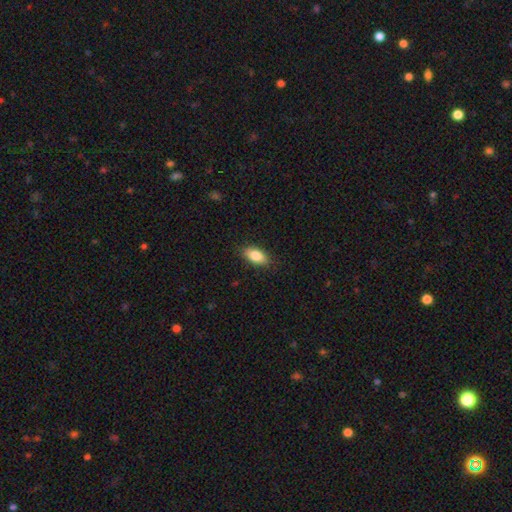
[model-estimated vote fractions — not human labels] Smooth or featured: smooth — 83% (featured or disk — 10%)
How rounded: in between — 88% (cigar-shaped — 8%)
Merging: none — 86% (minor disturbance — 11%)